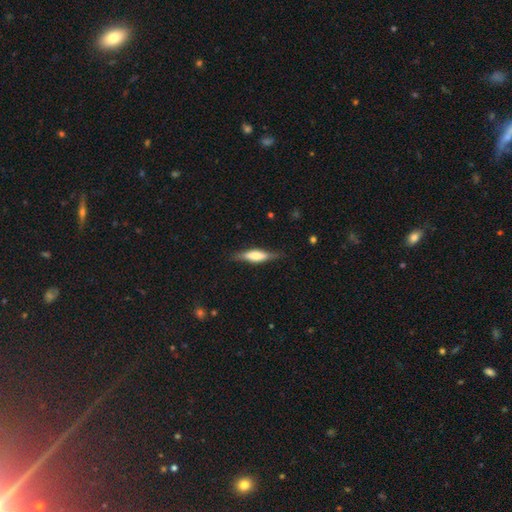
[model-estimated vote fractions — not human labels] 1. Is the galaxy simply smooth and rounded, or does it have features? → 51% smooth, 43% featured or disk, 6% star or artifact.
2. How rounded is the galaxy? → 61% cigar-shaped, 37% in between, 2% round.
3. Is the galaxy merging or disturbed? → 78% none, 17% minor disturbance, 4% major disturbance, 1% merger.